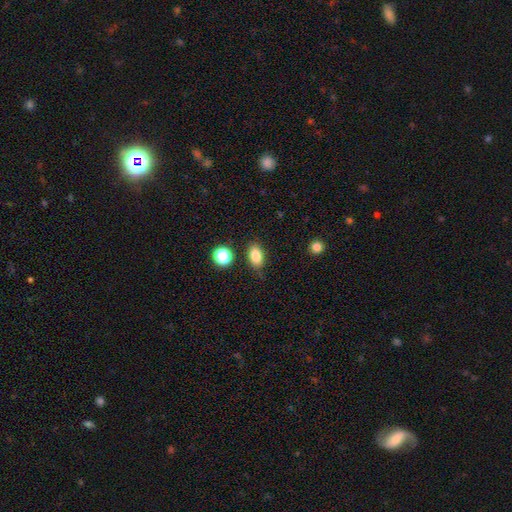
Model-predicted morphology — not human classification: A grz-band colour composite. It shows a smooth galaxy with no disk features (85%) that is in between round and cigar-shaped (86%). Merging: none (81%).